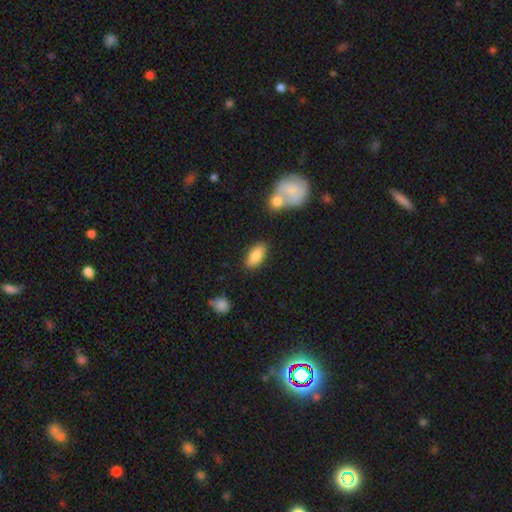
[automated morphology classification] This appears to be a smooth galaxy with no disk features (85%) that is in between round and cigar-shaped (86%). Merging: none (82%).